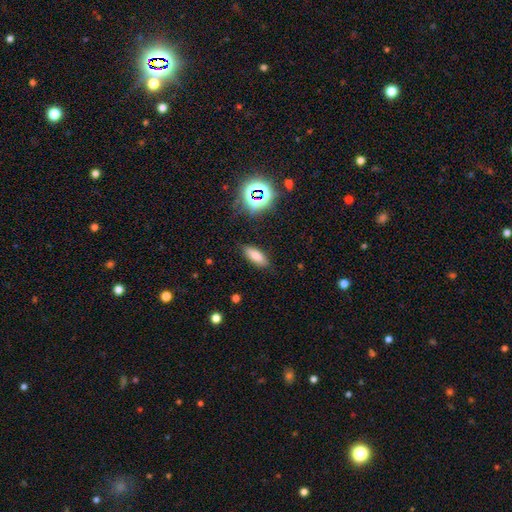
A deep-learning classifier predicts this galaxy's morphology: Overall: smooth (77%). How rounded: in between (70%). Merging: none (85%).